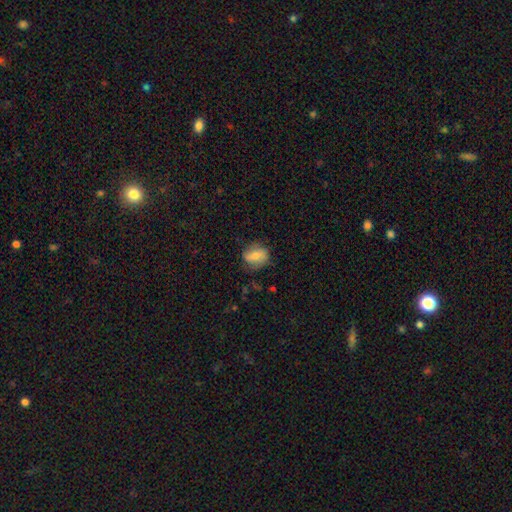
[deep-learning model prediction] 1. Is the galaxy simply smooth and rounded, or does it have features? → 60% smooth, 32% featured or disk, 8% star or artifact.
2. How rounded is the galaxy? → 53% in between, 44% round, 3% cigar-shaped.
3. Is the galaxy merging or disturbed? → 70% none, 21% minor disturbance, 7% major disturbance, 1% merger.